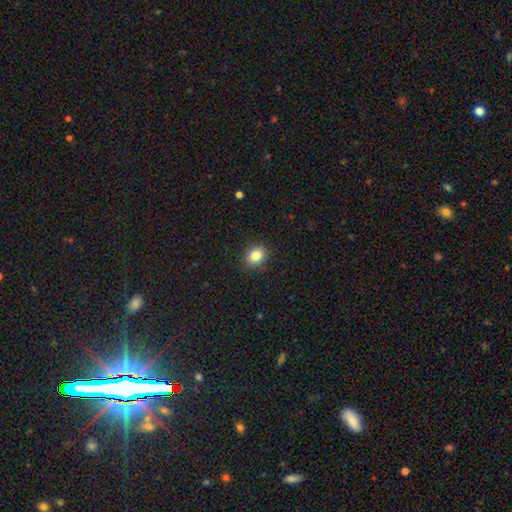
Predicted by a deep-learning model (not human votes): Q: Smooth or featured?
A: smooth (83%); runner-up: star or artifact (10%)
Q: How rounded?
A: round (58%); runner-up: in between (41%)
Q: Merging?
A: none (90%); runner-up: minor disturbance (7%)